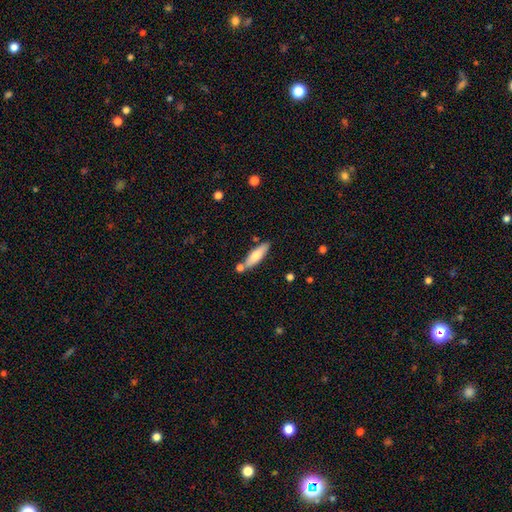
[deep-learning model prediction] Morphology: type=smooth (70%); roundness=cigar-shaped (58%); merging=none (70%).